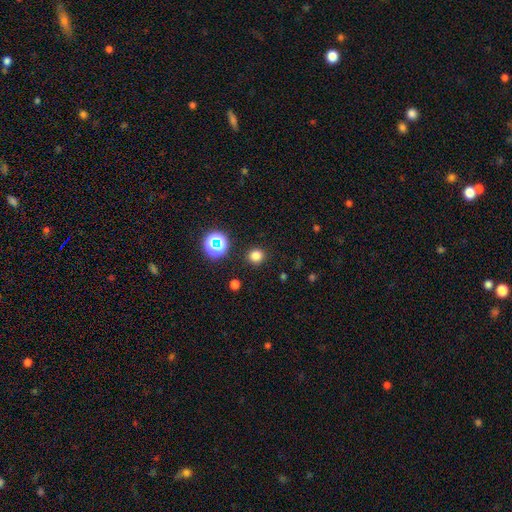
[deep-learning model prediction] A smooth galaxy with no disk features (78%) that is round (91%). Merging: none (91%).